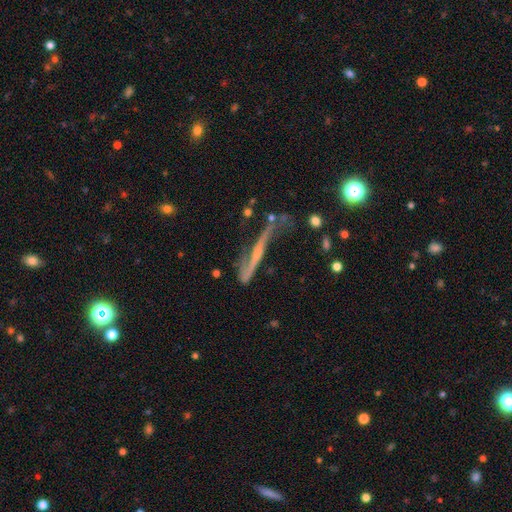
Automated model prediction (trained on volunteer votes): smooth_or_featured: featured or disk (p=0.65) [alt: smooth p=0.23]
disk_edge_on: yes (p=0.67) [alt: no p=0.33]
merging: none (p=0.36) [alt: major disturbance p=0.29]